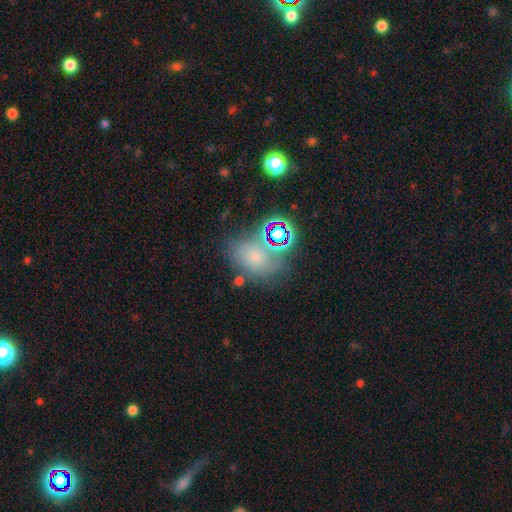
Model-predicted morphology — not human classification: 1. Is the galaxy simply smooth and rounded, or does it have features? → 59% smooth, 26% star or artifact, 15% featured or disk.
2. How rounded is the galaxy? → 59% in between, 40% round, 2% cigar-shaped.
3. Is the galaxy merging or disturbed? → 60% none, 18% minor disturbance, 14% merger, 8% major disturbance.